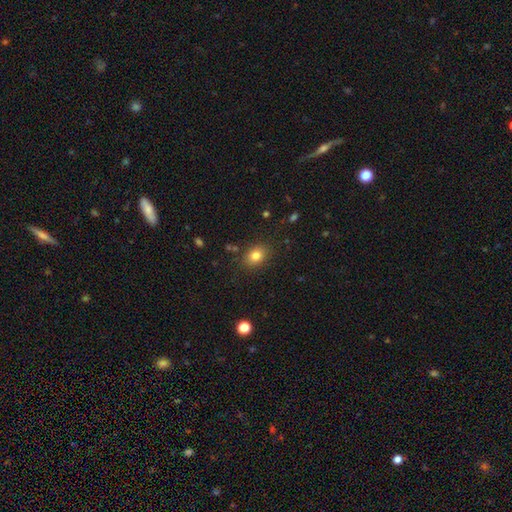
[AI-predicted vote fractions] smooth_or_featured: smooth (p=0.81) [alt: star or artifact p=0.11]
how_rounded: in between (p=0.61) [alt: round p=0.37]
merging: none (p=0.85) [alt: minor disturbance p=0.10]